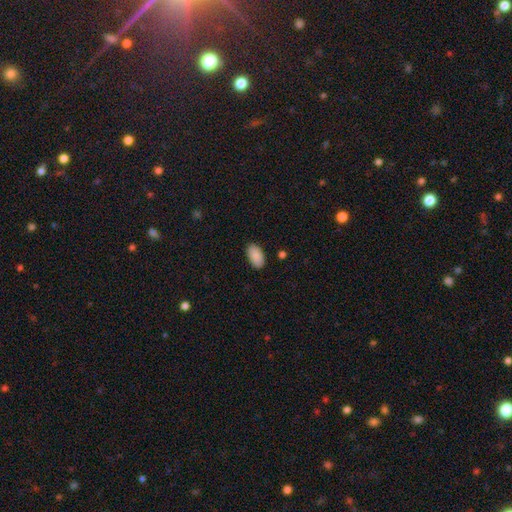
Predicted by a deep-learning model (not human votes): This appears to be a smooth galaxy with no disk features (90%) that is in between round and cigar-shaped (95%). Merging: none (87%).